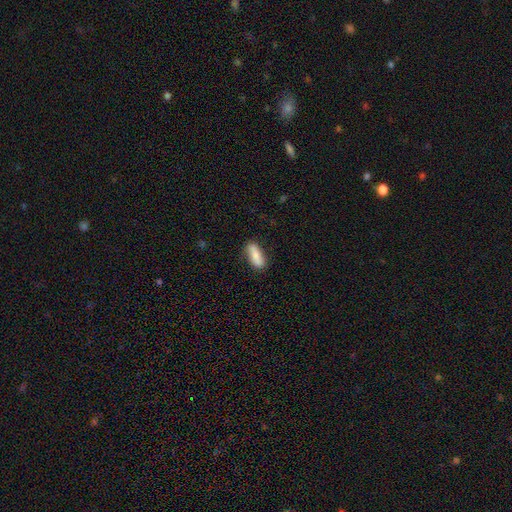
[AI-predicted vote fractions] smooth_or_featured: smooth (p=0.82) [alt: featured or disk p=0.12]
how_rounded: in between (p=0.67) [alt: cigar-shaped p=0.31]
merging: none (p=0.82) [alt: minor disturbance p=0.14]